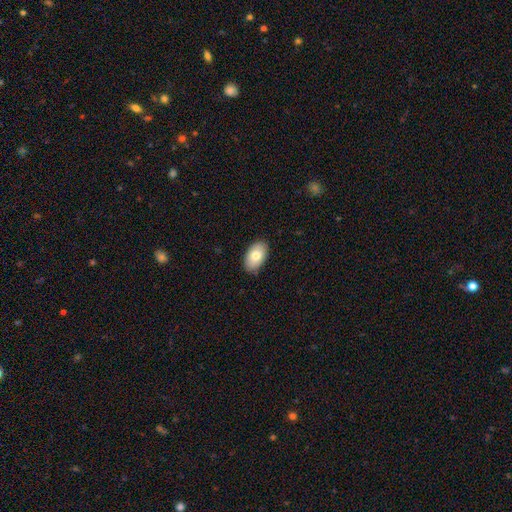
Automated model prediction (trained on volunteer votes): Smooth or featured? Predicted: smooth (p=0.76). How rounded? Predicted: in between (p=0.93). Merging? Predicted: none (p=0.87).